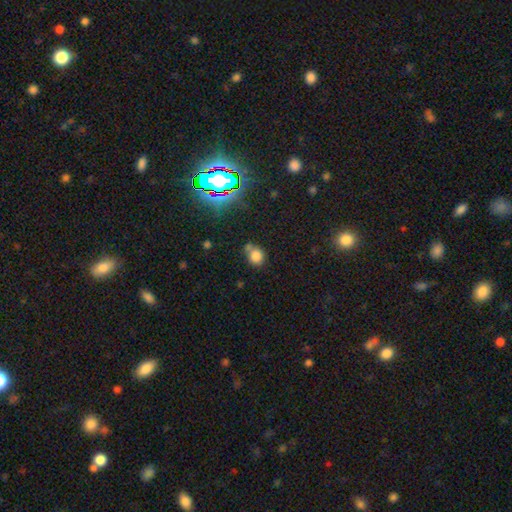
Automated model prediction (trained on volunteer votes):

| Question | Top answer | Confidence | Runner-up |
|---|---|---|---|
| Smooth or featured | smooth | 77% | star or artifact (15%) |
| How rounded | round | 71% | in between (28%) |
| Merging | none | 52% | merger (21%) |